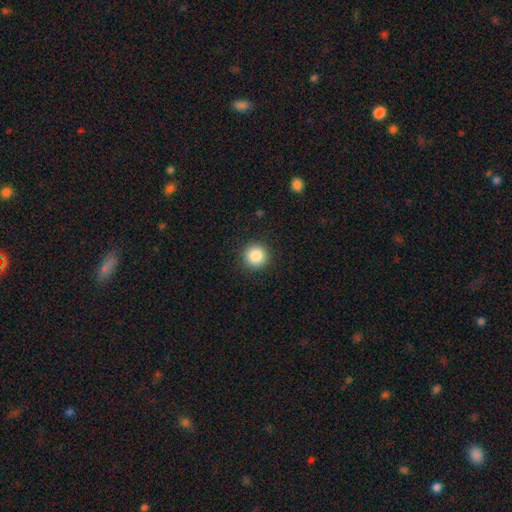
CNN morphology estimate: Smooth or featured: smooth — 86% (star or artifact — 9%)
How rounded: round — 95% (in between — 4%)
Merging: none — 91% (minor disturbance — 6%)